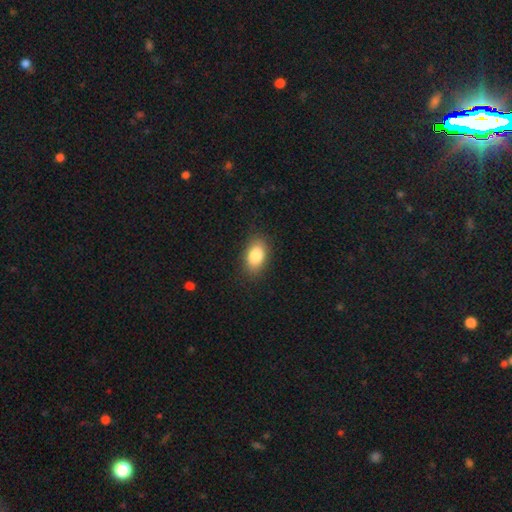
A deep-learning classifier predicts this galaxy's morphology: A smooth galaxy with no disk features (83%) that is in between round and cigar-shaped (89%).

Vote fractions:
- Smooth or featured? smooth: 83% / featured or disk: 9% / star or artifact: 8%
- How rounded? in between: 89% / round: 8% / cigar-shaped: 2%
- Merging? none: 86% / minor disturbance: 10% / major disturbance: 3% / merger: 1%